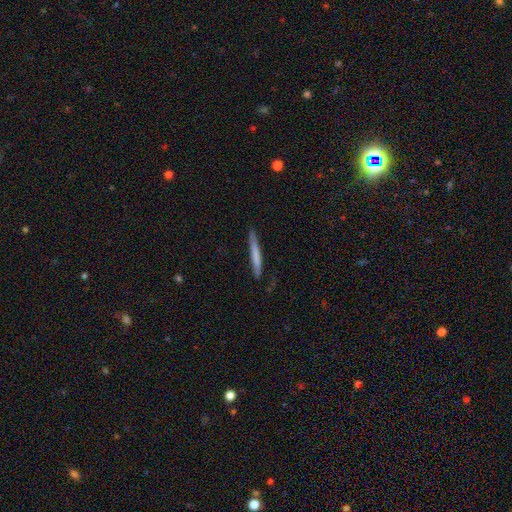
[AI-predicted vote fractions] This appears to be a smooth galaxy with no disk features (64%) that is cigar-shaped (97%). Merging: none (84%).